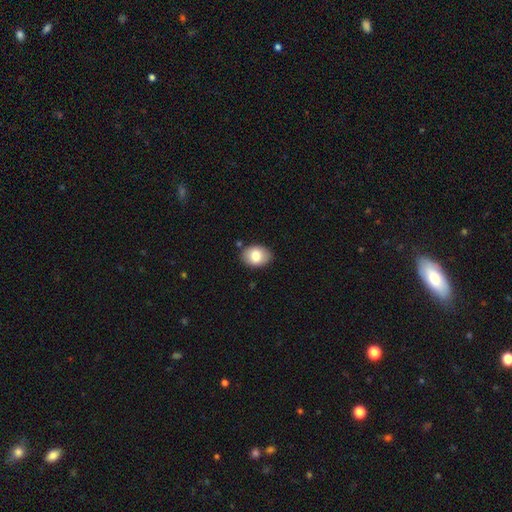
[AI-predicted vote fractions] Smooth or featured? smooth (80%)
How rounded? in between (73%)
Merging? none (83%)